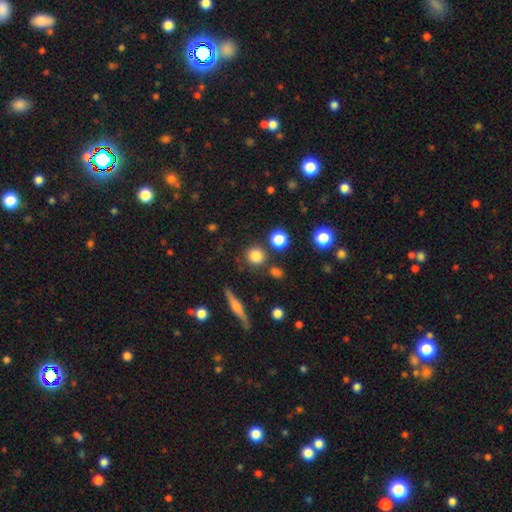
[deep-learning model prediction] Smooth or featured? Predicted: smooth (p=0.81). How rounded? Predicted: round (p=0.90). Merging? Predicted: none (p=0.83).